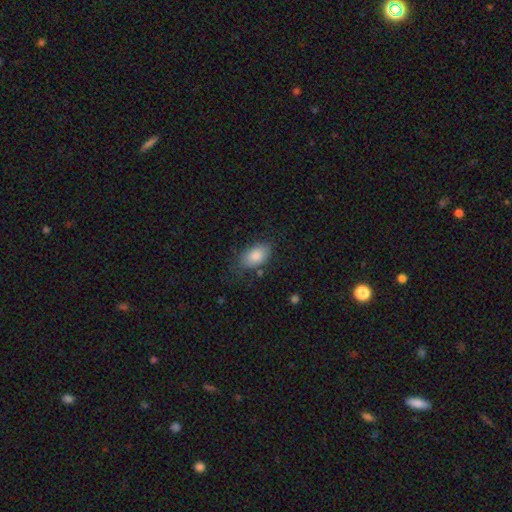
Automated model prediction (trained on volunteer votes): Q: Smooth or featured?
A: smooth (84%); runner-up: featured or disk (8%)
Q: How rounded?
A: in between (91%); runner-up: round (7%)
Q: Merging?
A: none (72%); runner-up: minor disturbance (20%)